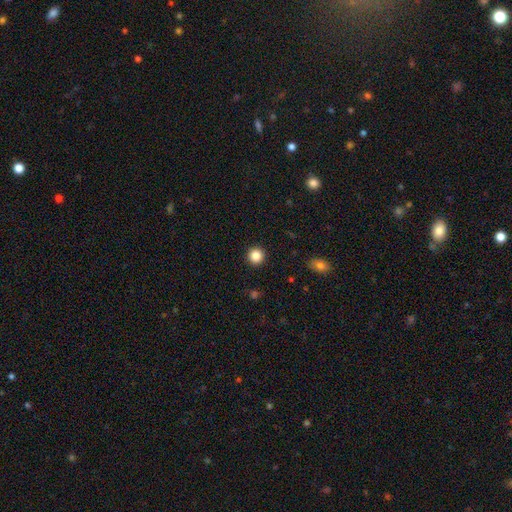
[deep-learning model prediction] smooth_or_featured: smooth (p=0.85) [alt: star or artifact p=0.11]
how_rounded: round (p=0.95) [alt: in between p=0.04]
merging: none (p=0.93) [alt: minor disturbance p=0.04]